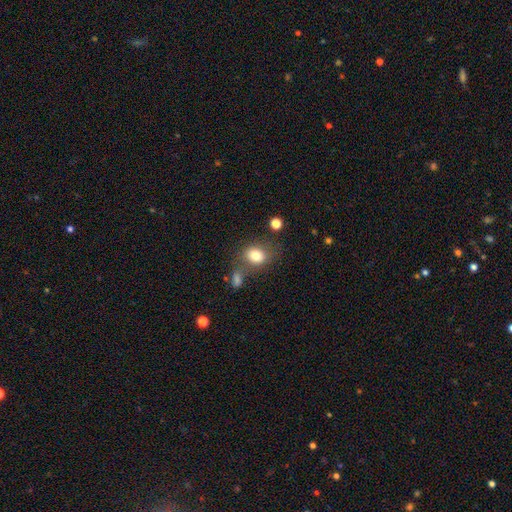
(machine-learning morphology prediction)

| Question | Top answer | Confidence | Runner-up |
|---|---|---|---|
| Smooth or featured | smooth | 79% | featured or disk (11%) |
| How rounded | in between | 50% | round (49%) |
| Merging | none | 61% | minor disturbance (17%) |